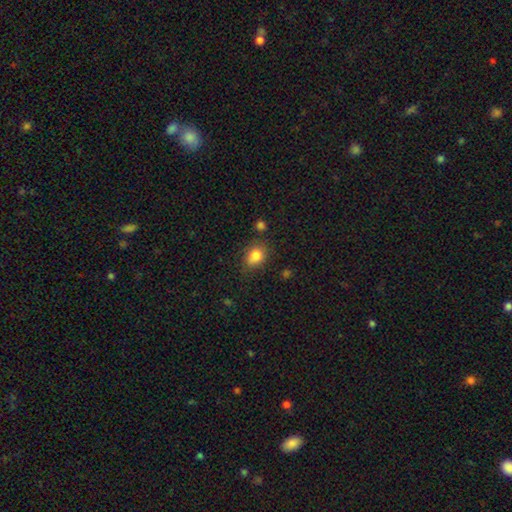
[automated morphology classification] Overall: smooth (84%). How rounded: in between (59%; round 39%). Merging: none (72%).